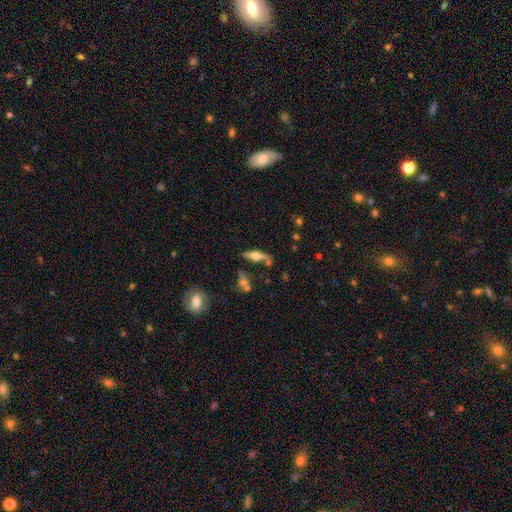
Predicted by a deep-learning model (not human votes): Q: Smooth or featured?
A: featured or disk (63%); runner-up: smooth (29%)
Q: Edge-on disk?
A: yes (93%); runner-up: no (7%)
Q: Edge-on bulge?
A: rounded (91%); runner-up: boxy (7%)
Q: Merging?
A: none (67%); runner-up: minor disturbance (15%)